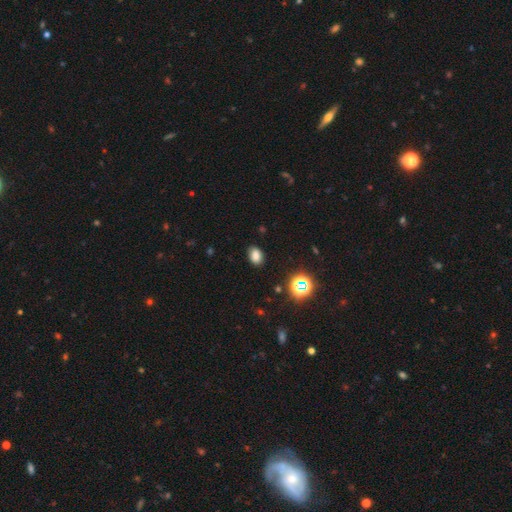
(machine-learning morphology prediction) Smooth or featured? smooth (78%)
How rounded? in between (79%)
Merging? none (87%)